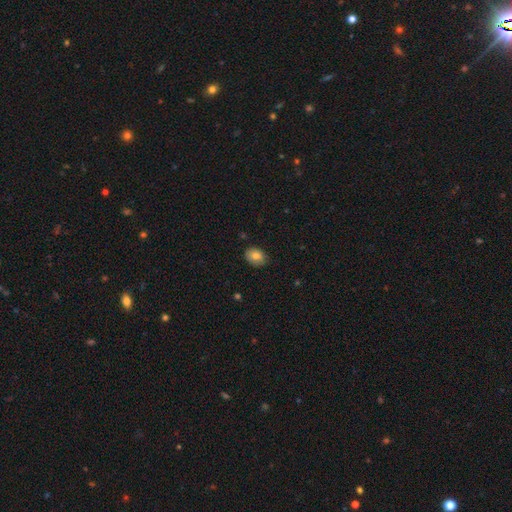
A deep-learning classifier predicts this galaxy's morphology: type=smooth (79%); roundness=in between (60%); merging=none (80%).